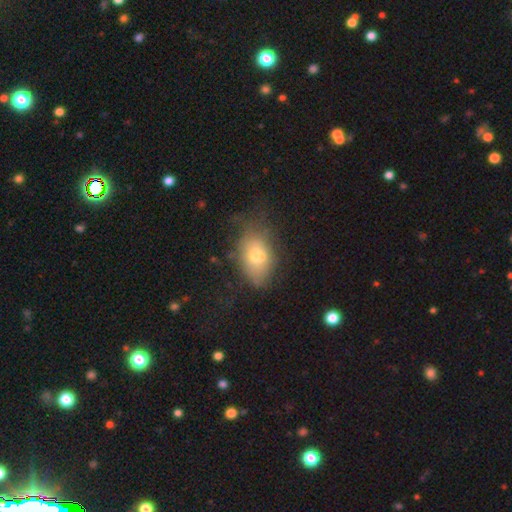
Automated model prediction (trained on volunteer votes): Smooth or featured: smooth — 65% (featured or disk — 24%)
How rounded: in between — 82% (round — 17%)
Merging: none — 48% (minor disturbance — 28%)